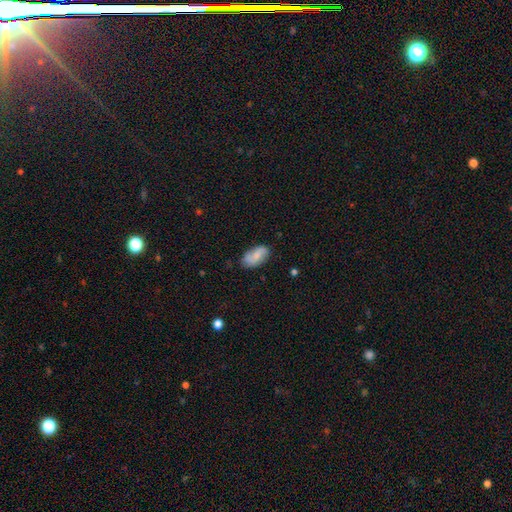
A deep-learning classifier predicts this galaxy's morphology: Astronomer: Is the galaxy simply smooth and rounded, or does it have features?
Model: smooth — 69%.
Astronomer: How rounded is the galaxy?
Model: in between — 92%.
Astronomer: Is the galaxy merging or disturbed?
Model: none — 75%.